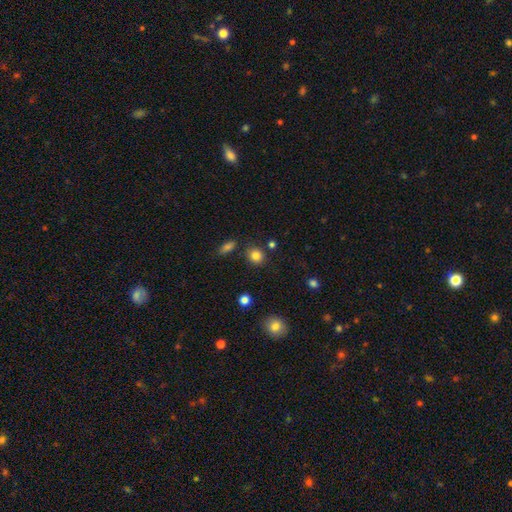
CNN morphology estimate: Smooth or featured?
  - smooth: 83% *
  - star or artifact: 11%
  - featured or disk: 6%
How rounded?
  - round: 81% *
  - in between: 18%
  - cigar-shaped: 1%
Merging?
  - none: 83% *
  - minor disturbance: 9%
  - merger: 5%
  - major disturbance: 3%